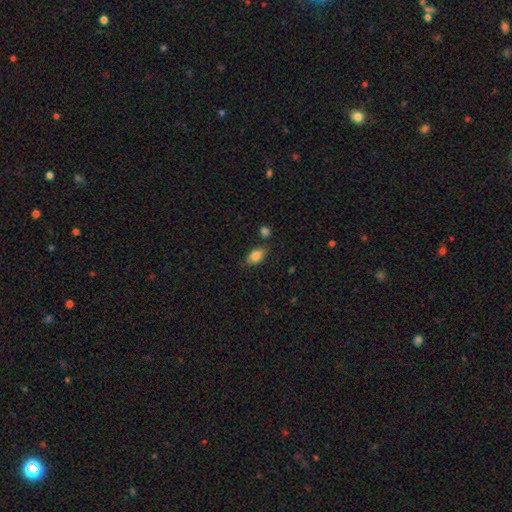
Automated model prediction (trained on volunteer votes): smooth_or_featured: smooth (p=0.84) [alt: featured or disk p=0.08]
how_rounded: in between (p=0.87) [alt: round p=0.09]
merging: none (p=0.74) [alt: minor disturbance p=0.18]